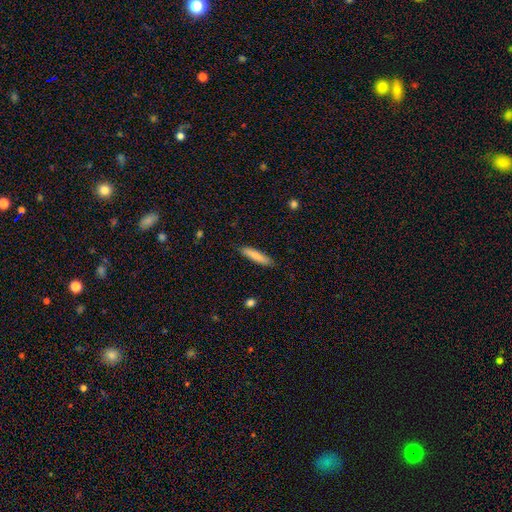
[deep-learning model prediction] A smooth galaxy with no disk features (81%) that is cigar-shaped (85%). Merging: none (86%).